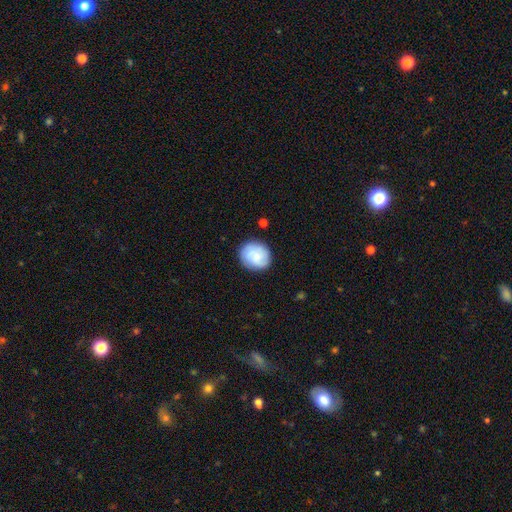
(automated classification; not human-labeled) Q: Smooth or featured?
A: smooth (70%); runner-up: featured or disk (23%)
Q: How rounded?
A: round (73%); runner-up: in between (26%)
Q: Merging?
A: none (83%); runner-up: minor disturbance (12%)